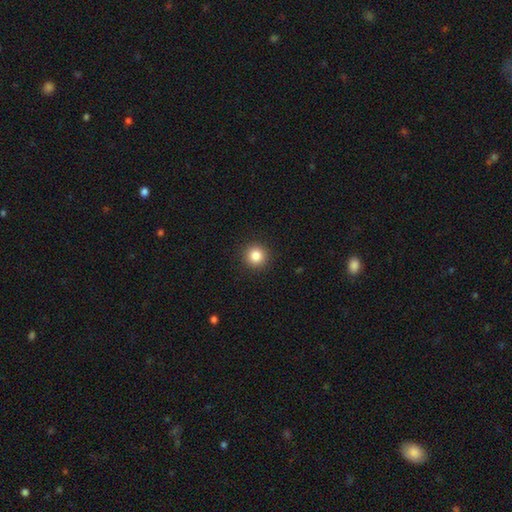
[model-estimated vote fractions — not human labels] Q: Smooth or featured?
A: smooth (85%); runner-up: star or artifact (11%)
Q: How rounded?
A: round (94%); runner-up: in between (5%)
Q: Merging?
A: none (92%); runner-up: minor disturbance (5%)